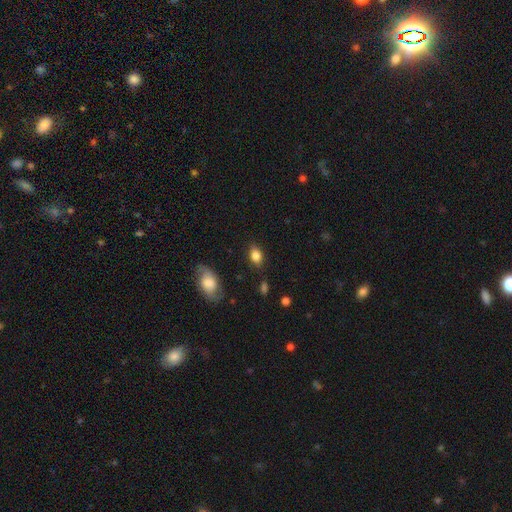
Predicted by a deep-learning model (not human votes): A smooth galaxy with no disk features (82%) that is in between round and cigar-shaped (81%). Merging: none (80%).